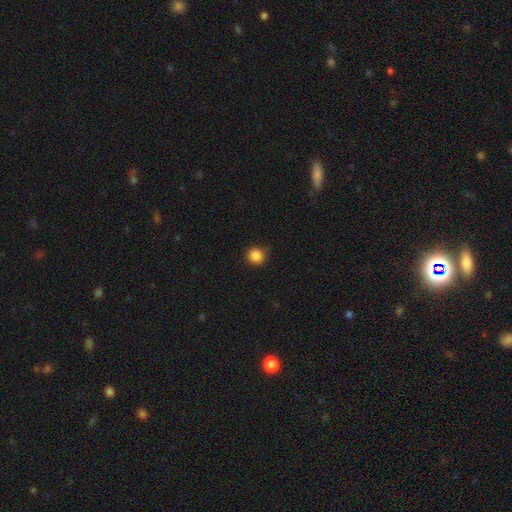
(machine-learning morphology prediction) Smooth or featured? Predicted: smooth (p=0.86). How rounded? Predicted: round (p=0.91). Merging? Predicted: none (p=0.88).